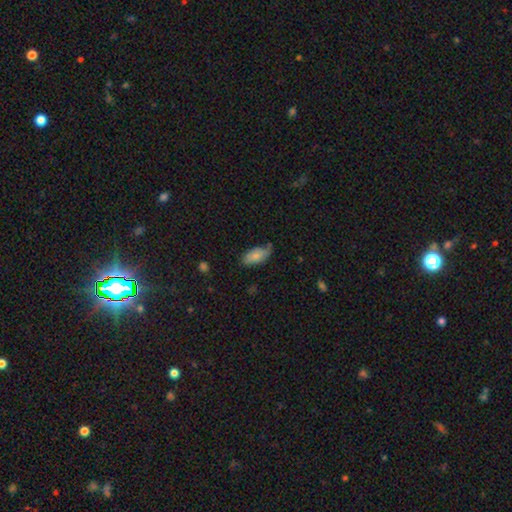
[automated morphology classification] Smooth or featured: smooth — 78% (featured or disk — 15%)
How rounded: in between — 89% (cigar-shaped — 8%)
Merging: none — 67% (minor disturbance — 26%)